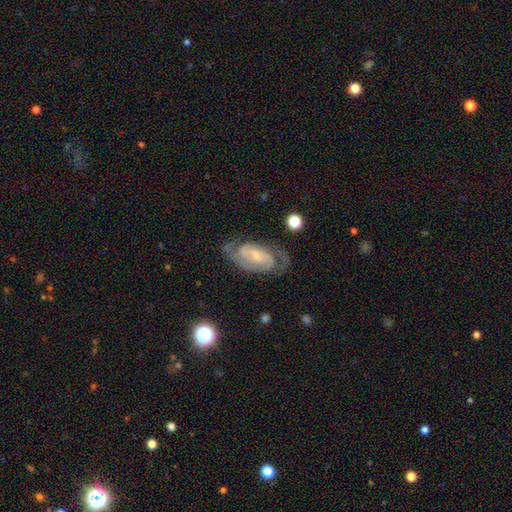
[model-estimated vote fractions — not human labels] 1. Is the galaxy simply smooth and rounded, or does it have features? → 87% featured or disk, 8% smooth, 5% star or artifact.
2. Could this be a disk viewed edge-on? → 96% no, 4% yes.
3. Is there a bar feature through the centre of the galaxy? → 43% weak, 38% no, 19% strong.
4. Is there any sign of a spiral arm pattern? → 97% yes, 3% no.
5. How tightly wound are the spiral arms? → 53% tight, 39% medium, 7% loose.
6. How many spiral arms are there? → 88% 2, 5% can't tell, 3% 3, 2% 1, 1% 4, 1% more than 4.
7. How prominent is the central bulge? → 61% small, 23% moderate, 13% none, 3% large, 1% dominant.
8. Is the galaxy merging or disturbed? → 77% none, 15% minor disturbance, 6% major disturbance, 1% merger.